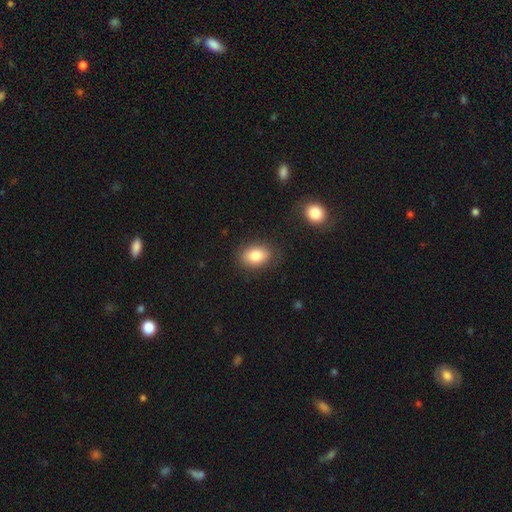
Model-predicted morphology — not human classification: Smooth or featured: smooth — 84% (star or artifact — 8%)
How rounded: in between — 77% (round — 22%)
Merging: none — 82% (minor disturbance — 13%)